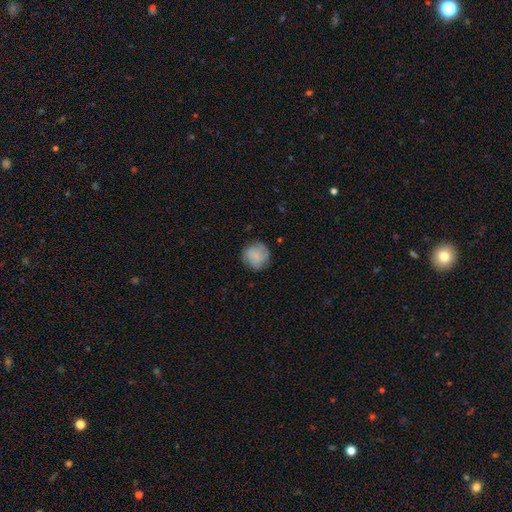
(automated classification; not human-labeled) Smooth or featured?
  - smooth: 76% *
  - featured or disk: 17%
  - star or artifact: 7%
How rounded?
  - round: 91% *
  - in between: 8%
  - cigar-shaped: 1%
Merging?
  - none: 78% *
  - minor disturbance: 16%
  - major disturbance: 5%
  - merger: 1%